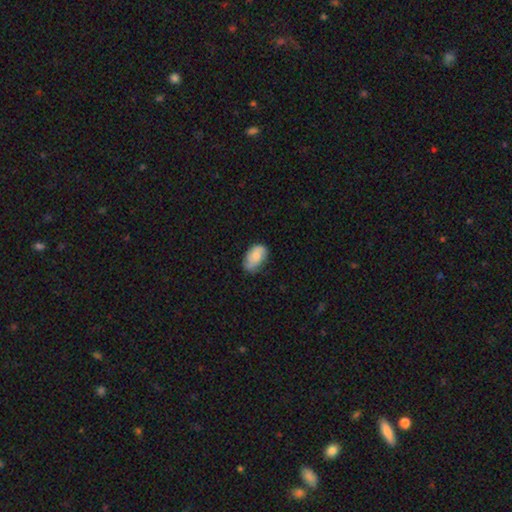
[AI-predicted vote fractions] Overall: smooth (71%). How rounded: in between (91%). Merging: none (67%).